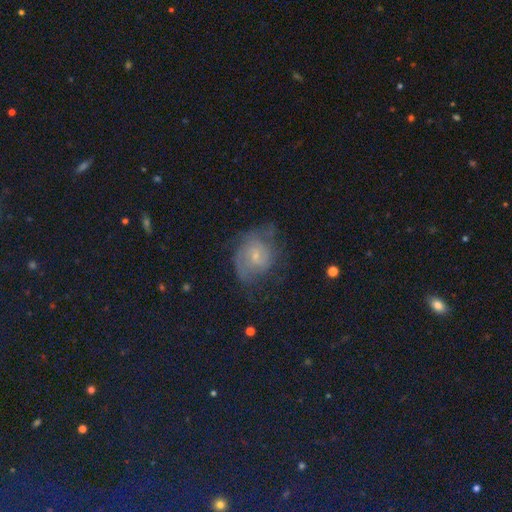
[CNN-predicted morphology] smooth_or_featured: featured or disk (p=0.61) [alt: smooth p=0.26]
disk_edge_on: no (p=0.97) [alt: yes p=0.03]
bar: no (p=0.59) [alt: weak p=0.36]
has_spiral_arms: yes (p=0.81) [alt: no p=0.19]
bulge_size: small (p=0.72) [alt: moderate p=0.21]
merging: none (p=0.54) [alt: minor disturbance p=0.26]